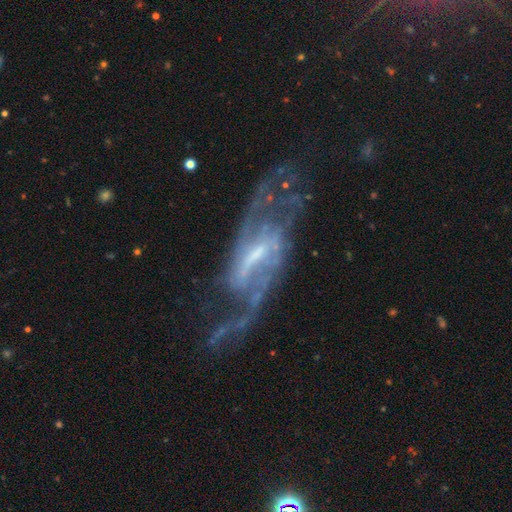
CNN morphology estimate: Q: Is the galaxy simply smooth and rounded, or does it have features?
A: featured or disk — 88%.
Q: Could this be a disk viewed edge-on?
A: no — 92%.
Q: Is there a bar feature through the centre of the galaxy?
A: weak — 47%.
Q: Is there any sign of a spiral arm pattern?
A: yes — 95%.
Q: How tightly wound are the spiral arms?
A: loose — 43%.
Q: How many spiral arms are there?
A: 2 — 75%.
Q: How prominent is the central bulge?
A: small — 50%.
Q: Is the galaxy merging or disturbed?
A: none — 59%.